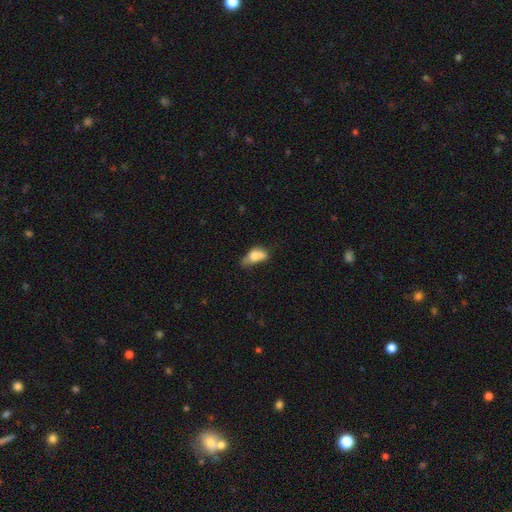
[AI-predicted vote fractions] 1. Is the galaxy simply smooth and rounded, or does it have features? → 70% smooth, 21% featured or disk, 10% star or artifact.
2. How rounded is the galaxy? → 83% in between, 11% cigar-shaped, 6% round.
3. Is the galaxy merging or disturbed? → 36% minor disturbance, 28% major disturbance, 27% none, 9% merger.